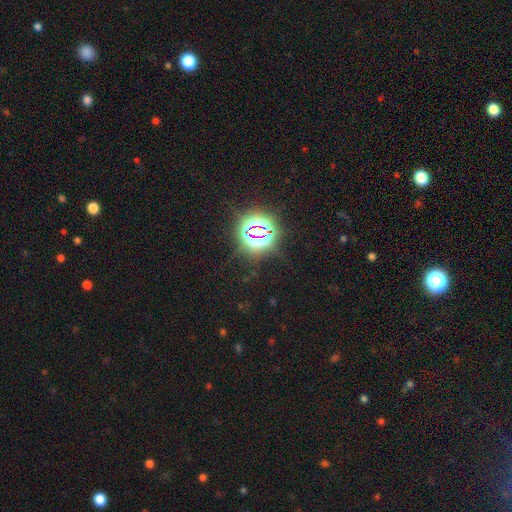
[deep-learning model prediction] Smooth or featured: star or artifact — 80% (smooth — 13%)